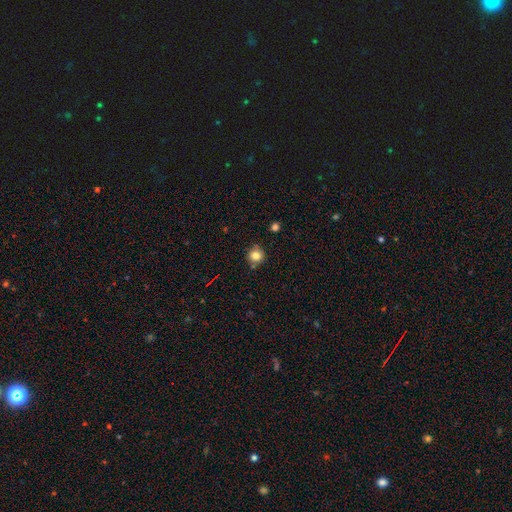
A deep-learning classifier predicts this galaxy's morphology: smooth-or-featured: smooth: 81% | star or artifact: 12% | featured or disk: 7%
  how-rounded: round: 89% | in between: 10% | cigar-shaped: 1%
  merging: none: 80% | minor disturbance: 13% | merger: 4% | major disturbance: 3%